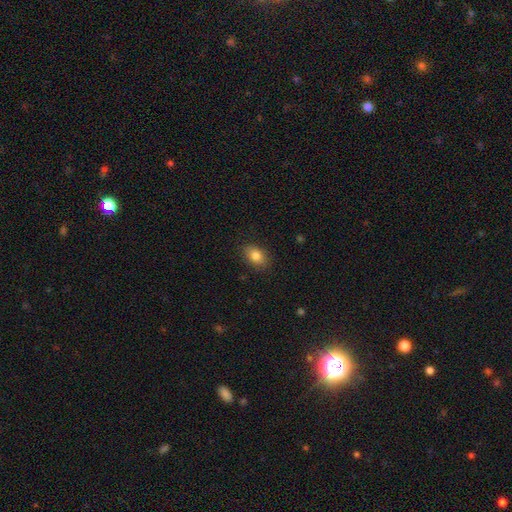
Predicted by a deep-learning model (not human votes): Morphology: type=smooth (83%); roundness=in between (85%); merging=none (86%).